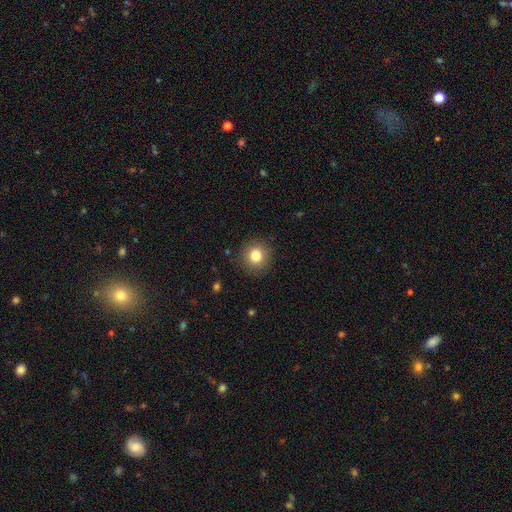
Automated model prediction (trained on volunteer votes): smooth_or_featured: smooth (p=0.81) [alt: star or artifact p=0.11]
how_rounded: round (p=0.92) [alt: in between p=0.07]
merging: none (p=0.90) [alt: minor disturbance p=0.07]